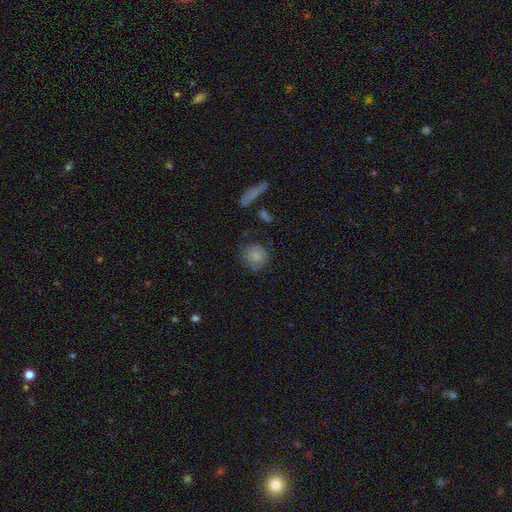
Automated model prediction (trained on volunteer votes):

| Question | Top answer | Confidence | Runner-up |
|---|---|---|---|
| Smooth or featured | smooth | 80% | featured or disk (12%) |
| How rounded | round | 85% | in between (14%) |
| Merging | none | 70% | minor disturbance (20%) |